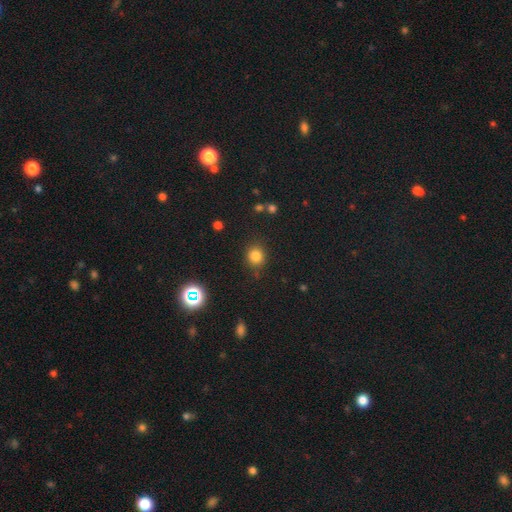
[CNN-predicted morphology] smooth 80%, star or artifact 14%, featured or disk 5%. Down the decision tree: how rounded — round (86%); merging — none (84%).